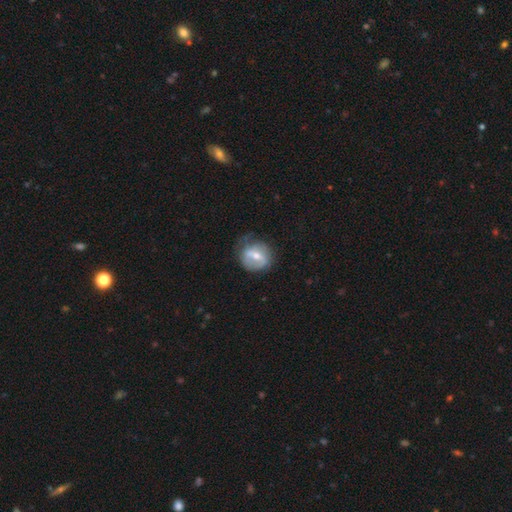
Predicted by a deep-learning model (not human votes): Smooth or featured? featured or disk (55%)
Edge-on disk? no (95%)
Bar? weak (44%)
Spiral arms? yes (52%)
Bulge size? moderate (63%)
Merging? none (58%)